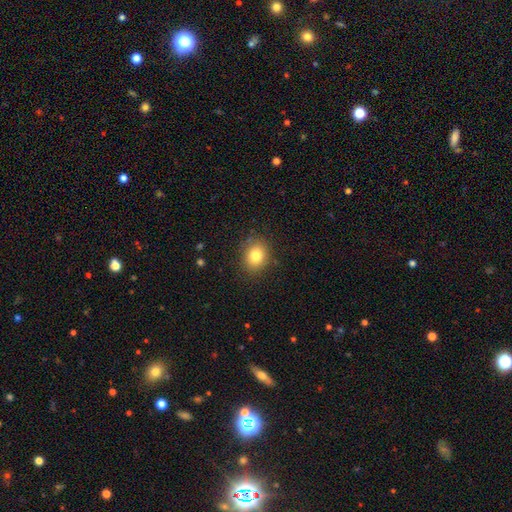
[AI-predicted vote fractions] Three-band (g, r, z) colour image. It shows a smooth galaxy with no disk features (81%) that is round (57%). Merging: none (85%).